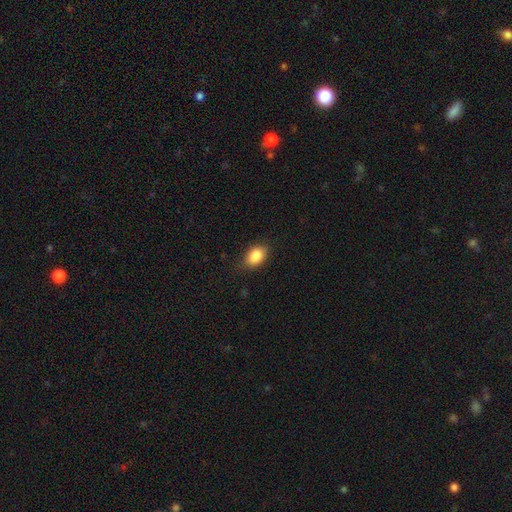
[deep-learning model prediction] Smooth or featured? smooth (88%)
How rounded? in between (86%)
Merging? none (79%)